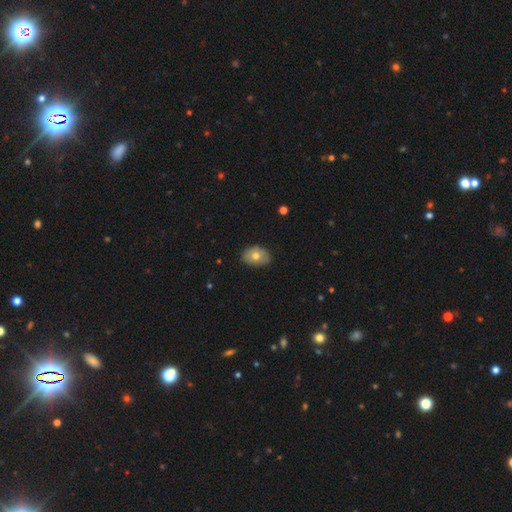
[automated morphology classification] The model was most divided on "smooth or featured": smooth: 69%, featured or disk: 23%, star or artifact: 8%. More confident: merging — none (78%); how rounded — in between (77%).